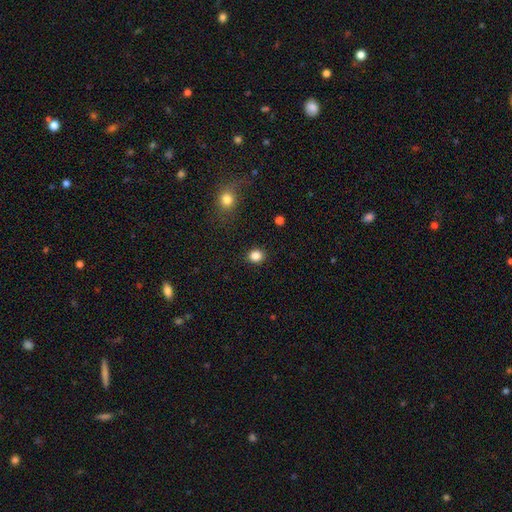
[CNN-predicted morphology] This is clearly a smooth galaxy (85%). How rounded: likely round (77%). Merging: clearly none (90%).